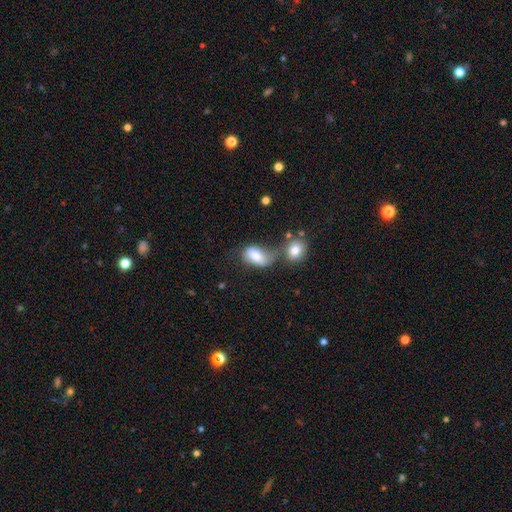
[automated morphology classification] type=smooth (73%); roundness=in between (87%); merging=merger (42%).